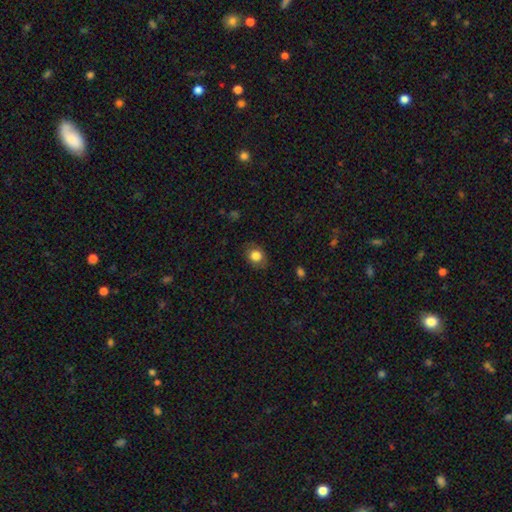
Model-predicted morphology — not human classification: A smooth galaxy with no disk features (81%) that is round (52%). Merging: none (81%).